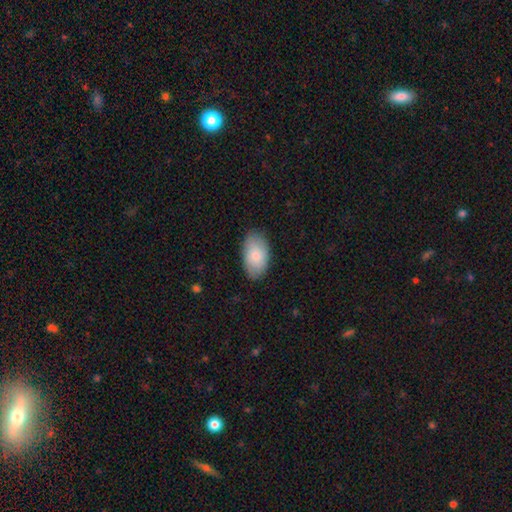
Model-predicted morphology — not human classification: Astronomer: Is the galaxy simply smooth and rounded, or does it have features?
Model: smooth — 82%.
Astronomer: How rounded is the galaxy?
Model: in between — 94%.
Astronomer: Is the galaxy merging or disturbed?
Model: none — 83%.